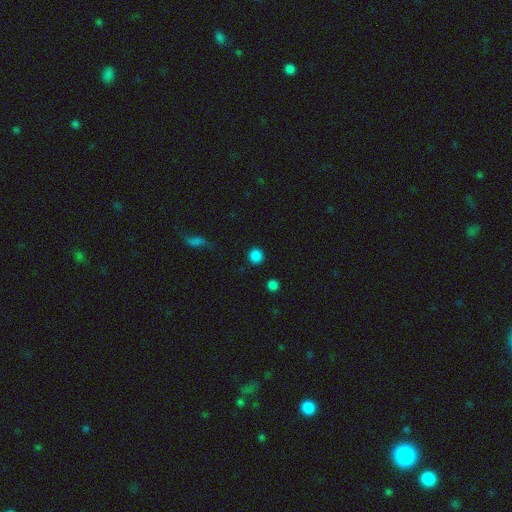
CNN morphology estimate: A smooth galaxy with no disk features (85%) that is round (93%). Merging: none (90%).